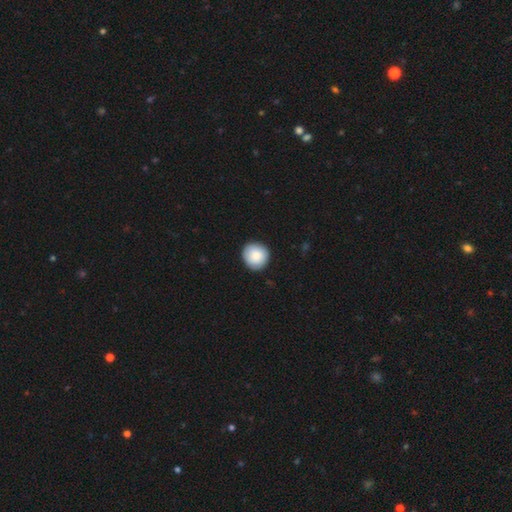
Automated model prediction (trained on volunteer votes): This appears to be a smooth galaxy with no disk features (88%) that is round (92%). Merging: none (90%).